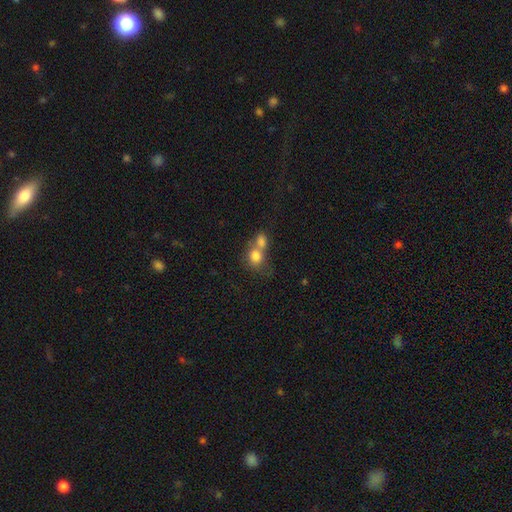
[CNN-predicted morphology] A smooth galaxy with no disk features (78%) that is round (64%). Merging: merger (65%).